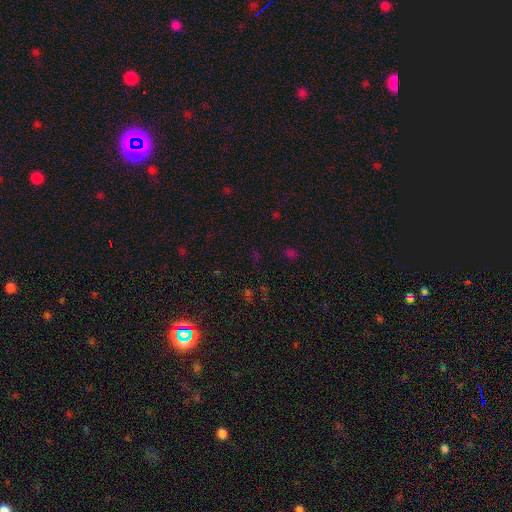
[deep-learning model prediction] Q: Smooth or featured?
A: star or artifact (64%); runner-up: smooth (28%)